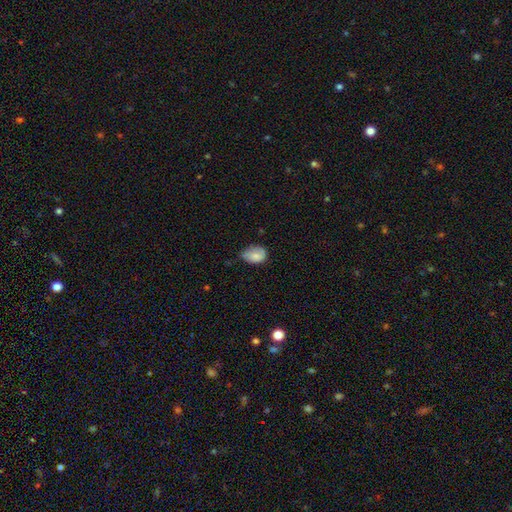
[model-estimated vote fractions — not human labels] Morphology: type=smooth (81%); roundness=in between (80%); merging=minor disturbance (48%).